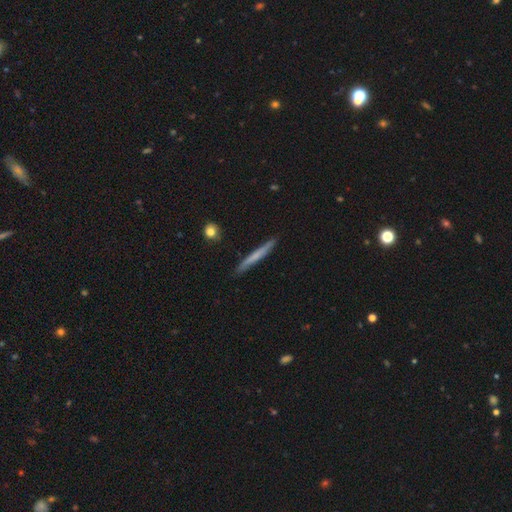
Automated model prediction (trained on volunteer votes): smooth_or_featured: smooth (p=0.56) [alt: featured or disk p=0.39]
how_rounded: cigar-shaped (p=0.96) [alt: in between p=0.02]
merging: none (p=0.89) [alt: minor disturbance p=0.08]